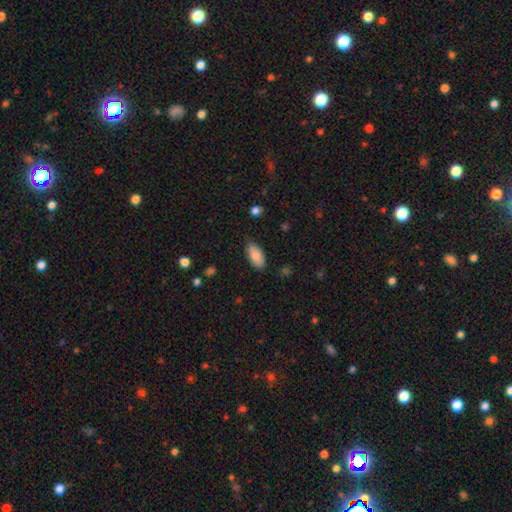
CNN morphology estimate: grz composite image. It shows a smooth galaxy with no disk features (86%) that is in between round and cigar-shaped (91%). Merging: none (83%).